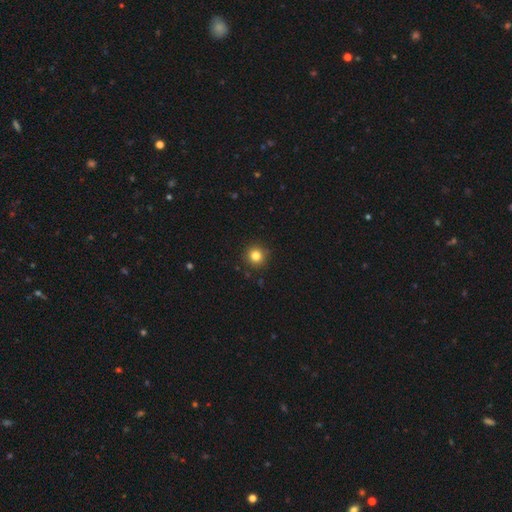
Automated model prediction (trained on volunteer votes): Morphology: type=smooth (82%); roundness=round (95%); merging=none (92%).